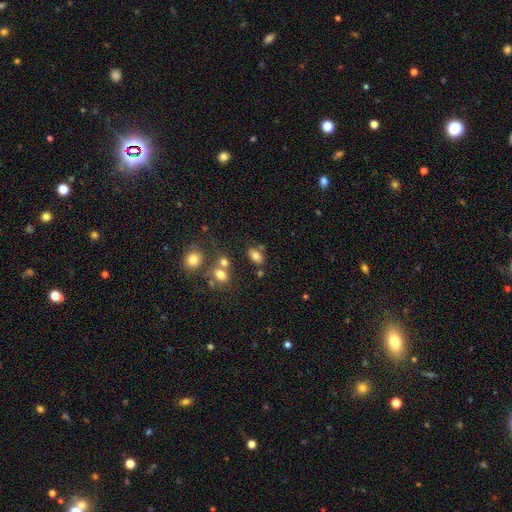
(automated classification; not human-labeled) smooth_or_featured: smooth (p=0.78) [alt: star or artifact p=0.11]
how_rounded: in between (p=0.86) [alt: round p=0.11]
merging: none (p=0.68) [alt: merger p=0.15]